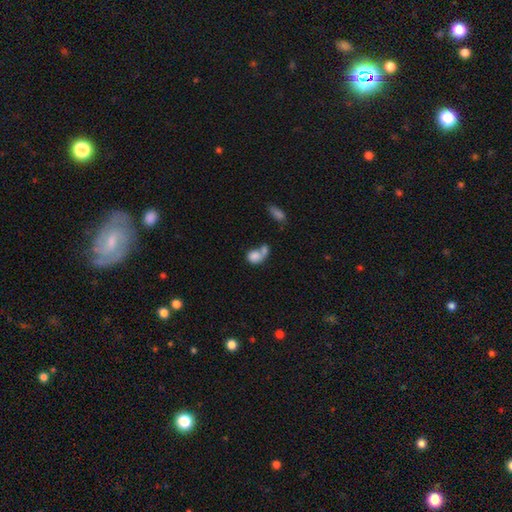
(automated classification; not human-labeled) A smooth galaxy with no disk features (80%) that is in between round and cigar-shaped (50%).

Vote fractions:
- Smooth or featured? smooth: 80% / featured or disk: 12% / star or artifact: 9%
- How rounded? in between: 50% / round: 48% / cigar-shaped: 2%
- Merging? merger: 59% / none: 23% / minor disturbance: 9% / major disturbance: 9%